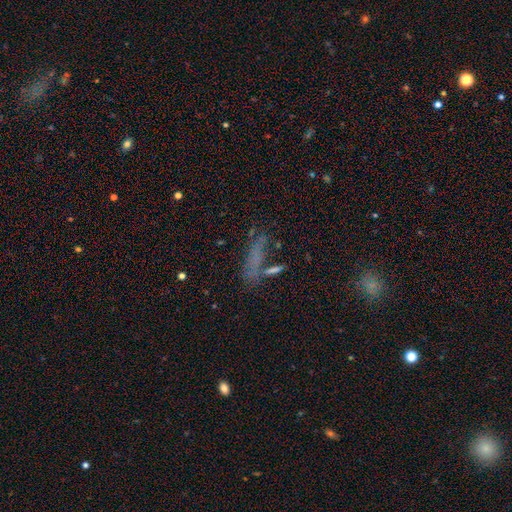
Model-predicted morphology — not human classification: This is possibly a smooth galaxy (59%). How rounded: likely cigar-shaped (66%). Merging: possibly none (57%).